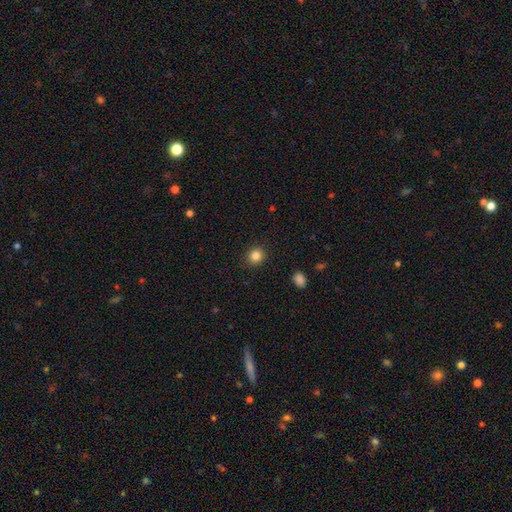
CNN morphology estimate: type=smooth (84%); roundness=round (85%); merging=none (90%).